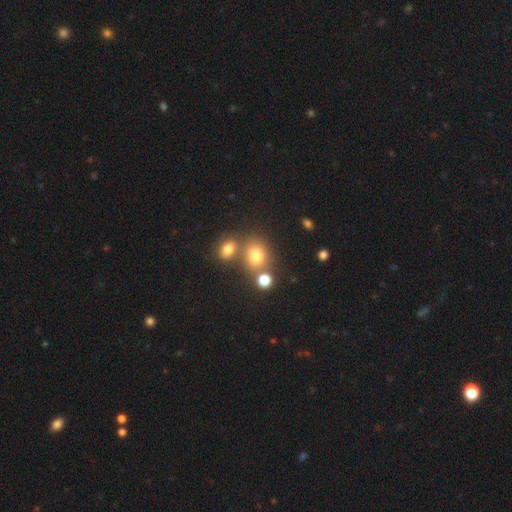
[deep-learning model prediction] Smooth or featured?
  - smooth: 74% *
  - star or artifact: 15%
  - featured or disk: 10%
How rounded?
  - round: 64% *
  - in between: 34%
  - cigar-shaped: 1%
Merging?
  - none: 55% *
  - merger: 29%
  - minor disturbance: 11%
  - major disturbance: 4%